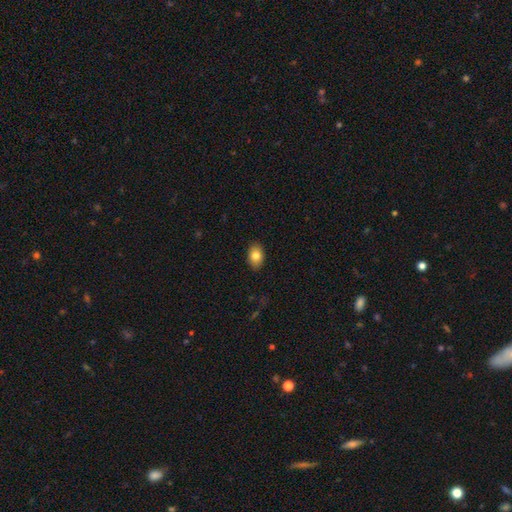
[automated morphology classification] This appears to be a smooth galaxy with no disk features (82%) that is in between round and cigar-shaped (82%). Merging: none (89%).